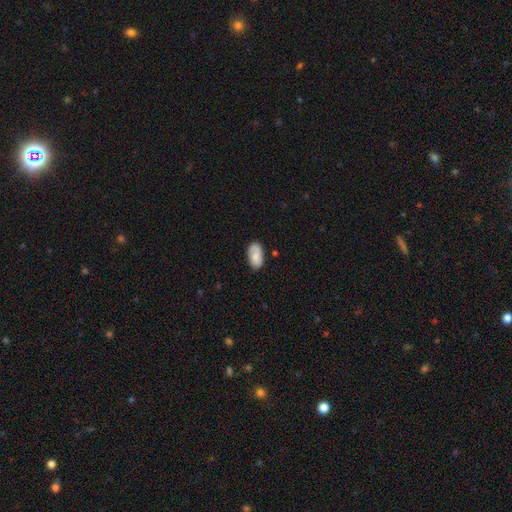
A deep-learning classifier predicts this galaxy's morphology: smooth 73%, featured or disk 20%, star or artifact 7%. Down the decision tree: how rounded — in between (94%); merging — none (73%).